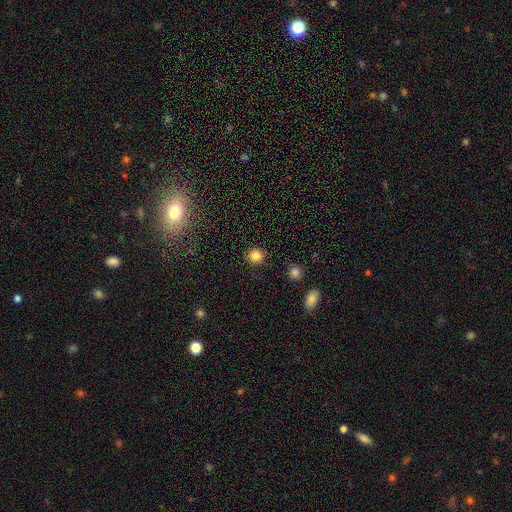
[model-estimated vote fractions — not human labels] smooth 84%, star or artifact 11%, featured or disk 4%. Down the decision tree: how rounded — round (90%); merging — none (89%).